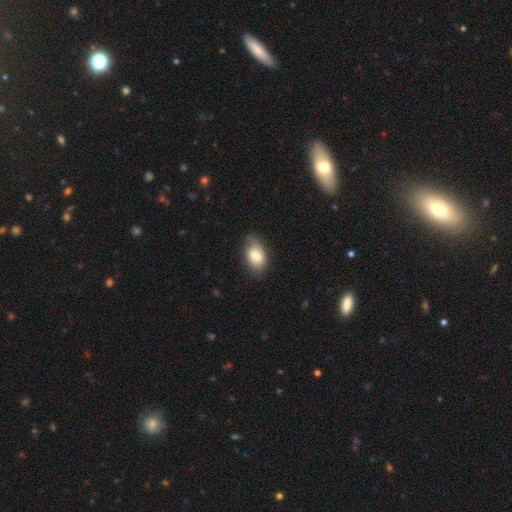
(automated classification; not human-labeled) Q: Smooth or featured?
A: smooth (82%); runner-up: featured or disk (11%)
Q: How rounded?
A: in between (90%); runner-up: round (9%)
Q: Merging?
A: none (72%); runner-up: minor disturbance (23%)